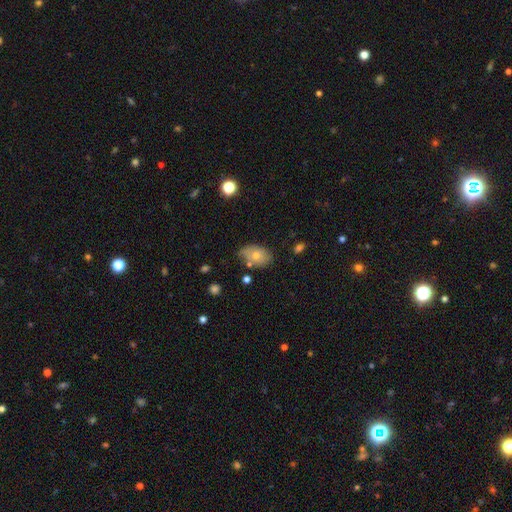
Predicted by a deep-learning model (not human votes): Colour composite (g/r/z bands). It shows a smooth galaxy with no disk features (70%) that is in between round and cigar-shaped (83%). Merging: none (59%).